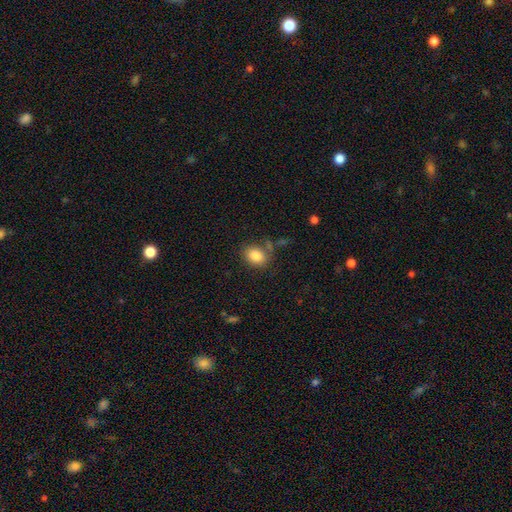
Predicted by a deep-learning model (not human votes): The model was most divided on "how rounded": in between: 61%, round: 38%, cigar-shaped: 1%. More confident: smooth or featured — smooth (85%); merging — none (71%).